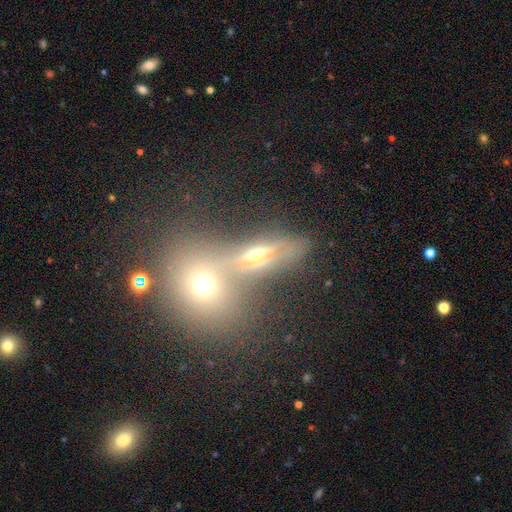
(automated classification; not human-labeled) smooth_or_featured: smooth (p=0.46) [alt: featured or disk p=0.35]
merging: merger (p=0.54) [alt: none p=0.32]